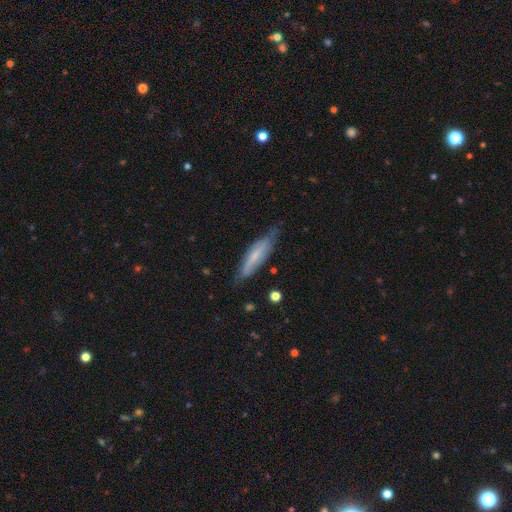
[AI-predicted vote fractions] The model was most divided on "smooth or featured": smooth: 47%, featured or disk: 46%, star or artifact: 7%. More confident: merging — none (69%).